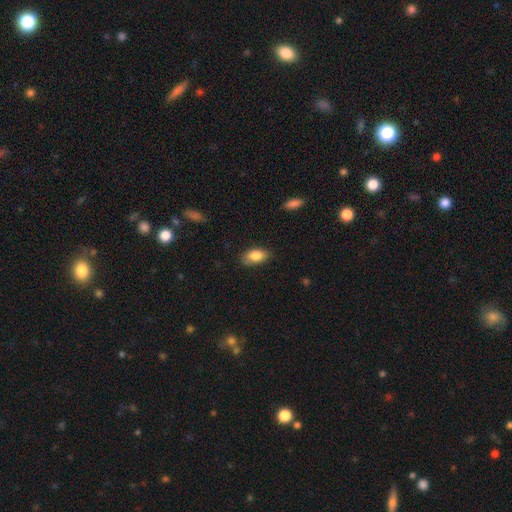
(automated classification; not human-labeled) Smooth or featured?
  - smooth: 86% *
  - featured or disk: 7%
  - star or artifact: 7%
How rounded?
  - in between: 92% *
  - round: 5%
  - cigar-shaped: 3%
Merging?
  - none: 77% *
  - minor disturbance: 19%
  - major disturbance: 4%
  - merger: 1%